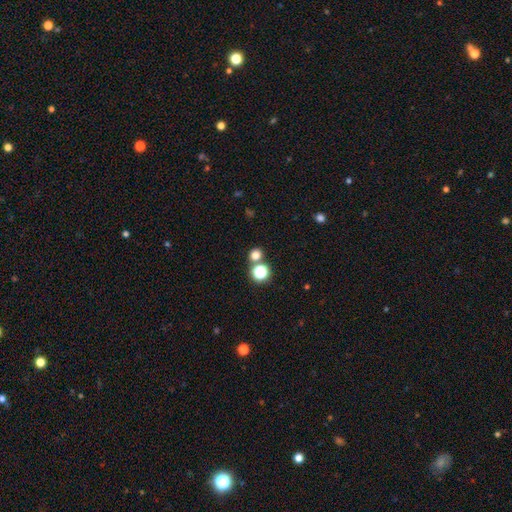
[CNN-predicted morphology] Smooth or featured?
  - smooth: 72% *
  - star or artifact: 22%
  - featured or disk: 6%
How rounded?
  - round: 86% *
  - in between: 13%
  - cigar-shaped: 1%
Merging?
  - none: 68% *
  - merger: 23%
  - minor disturbance: 6%
  - major disturbance: 3%